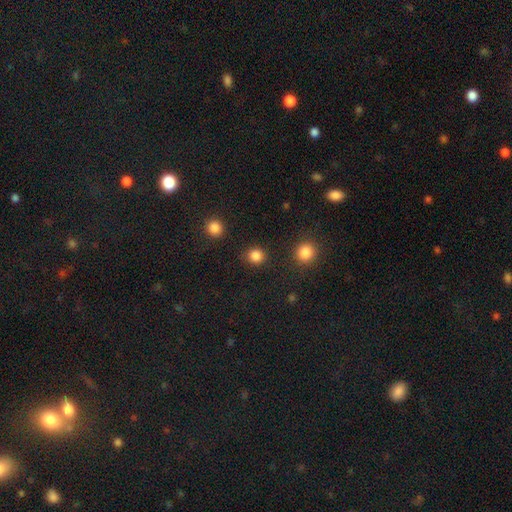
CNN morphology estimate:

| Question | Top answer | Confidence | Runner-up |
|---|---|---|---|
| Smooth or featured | smooth | 85% | star or artifact (12%) |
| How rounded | round | 88% | in between (11%) |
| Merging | none | 88% | minor disturbance (7%) |